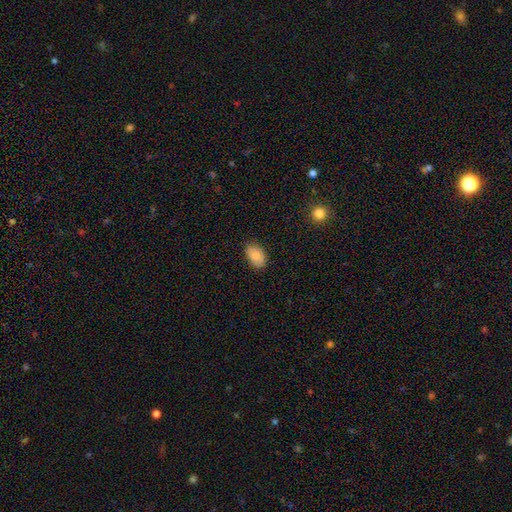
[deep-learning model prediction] The model was most divided on "merging": none: 80%, minor disturbance: 17%, major disturbance: 3%, merger: 1%. More confident: how rounded — in between (90%); smooth or featured — smooth (84%).